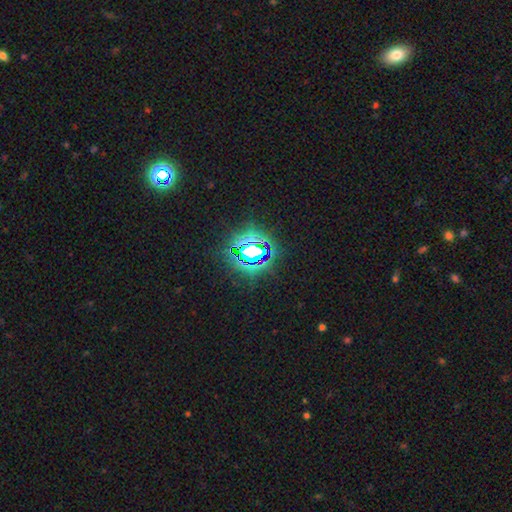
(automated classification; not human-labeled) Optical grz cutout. It shows a star or artifact, not a galaxy (75%).